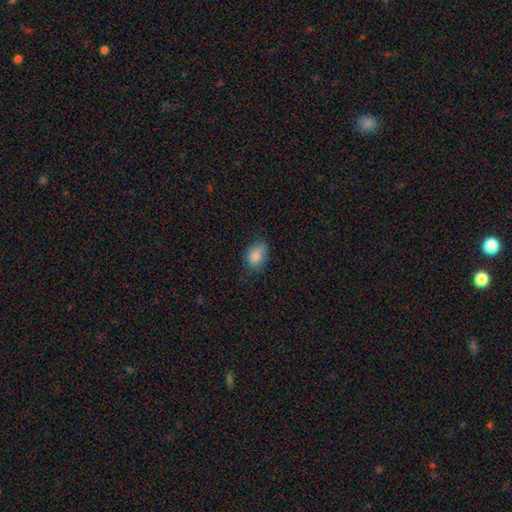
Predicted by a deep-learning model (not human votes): smooth 86%, star or artifact 8%, featured or disk 6%. Down the decision tree: how rounded — in between (78%); merging — none (67%).